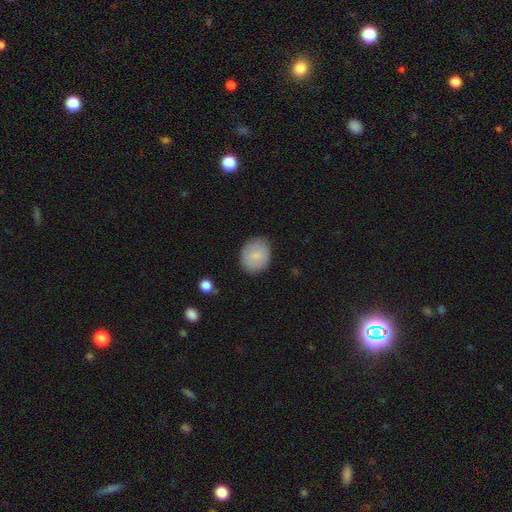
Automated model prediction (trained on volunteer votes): The model was most divided on "how rounded": round: 61%, in between: 38%, cigar-shaped: 1%. More confident: smooth or featured — smooth (81%); merging — none (80%).